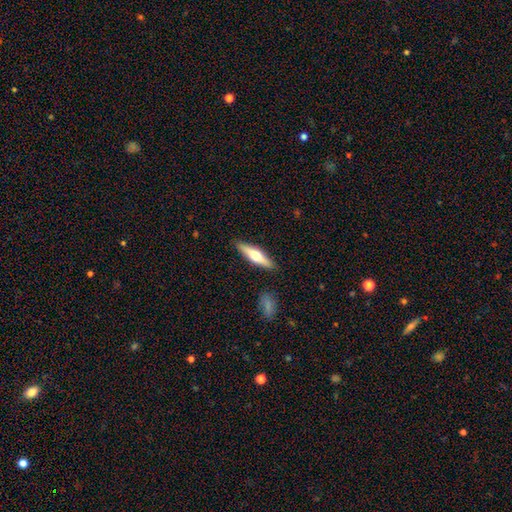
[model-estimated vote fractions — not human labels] Smooth or featured? Predicted: featured or disk (p=0.50). Edge-on disk? Predicted: yes (p=0.93). Merging? Predicted: none (p=0.88).